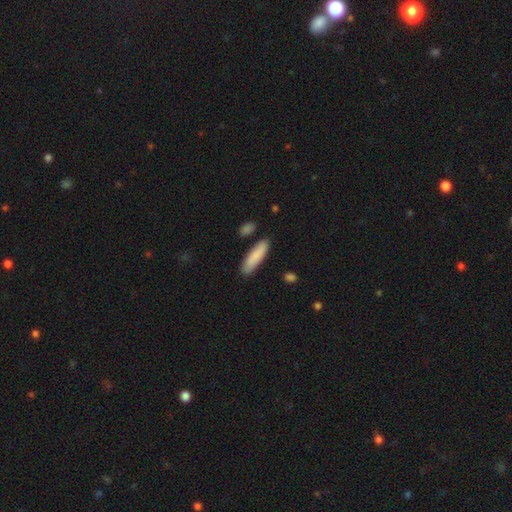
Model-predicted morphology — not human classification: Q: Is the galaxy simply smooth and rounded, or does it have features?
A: smooth — 85%.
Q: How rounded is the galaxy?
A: cigar-shaped — 65%.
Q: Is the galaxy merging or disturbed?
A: none — 85%.